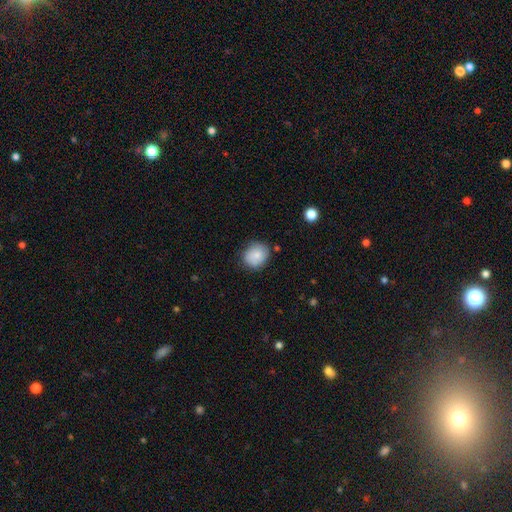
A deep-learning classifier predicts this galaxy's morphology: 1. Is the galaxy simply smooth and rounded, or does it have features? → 82% smooth, 10% featured or disk, 8% star or artifact.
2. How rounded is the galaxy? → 67% round, 32% in between, 1% cigar-shaped.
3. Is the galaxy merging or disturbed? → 76% none, 18% minor disturbance, 4% major disturbance, 2% merger.